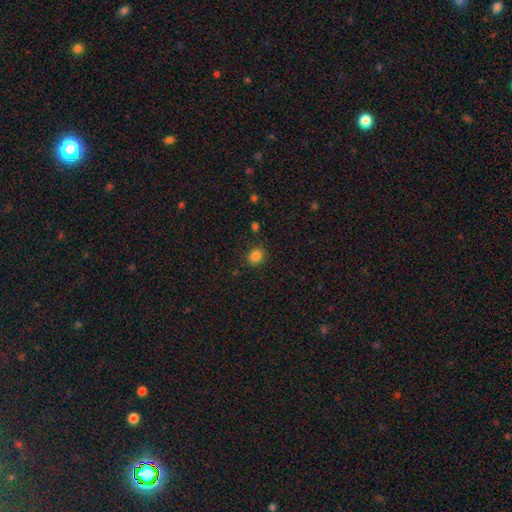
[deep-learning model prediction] smooth_or_featured: smooth (p=0.84) [alt: star or artifact p=0.12]
how_rounded: round (p=0.61) [alt: in between p=0.38]
merging: none (p=0.86) [alt: minor disturbance p=0.09]